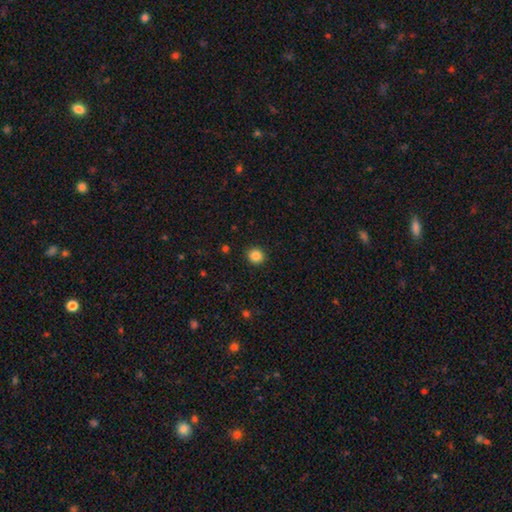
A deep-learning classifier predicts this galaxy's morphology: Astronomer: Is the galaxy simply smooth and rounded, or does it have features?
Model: smooth — 86%.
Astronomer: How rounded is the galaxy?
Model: round — 90%.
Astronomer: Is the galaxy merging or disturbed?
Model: none — 91%.